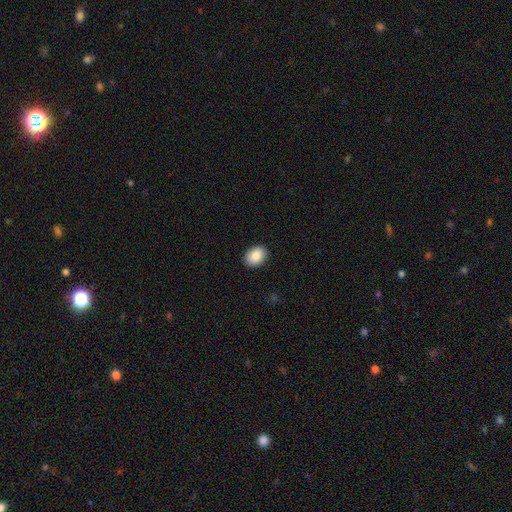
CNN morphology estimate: Smooth or featured? smooth (89%)
How rounded? in between (71%)
Merging? none (90%)